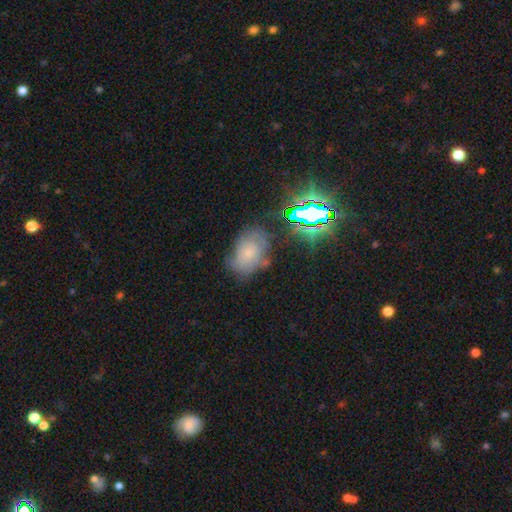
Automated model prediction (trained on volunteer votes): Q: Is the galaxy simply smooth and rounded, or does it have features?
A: smooth — 50%.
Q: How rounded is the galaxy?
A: in between — 81%.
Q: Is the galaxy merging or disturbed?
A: none — 55%.